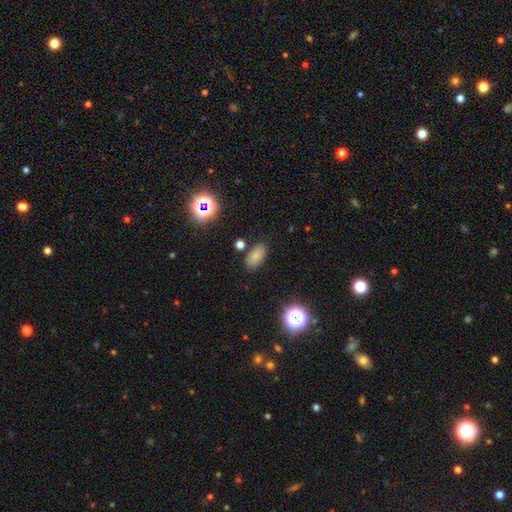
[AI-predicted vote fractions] smooth_or_featured: smooth (p=0.75) [alt: star or artifact p=0.15]
how_rounded: in between (p=0.91) [alt: round p=0.06]
merging: none (p=0.81) [alt: minor disturbance p=0.11]